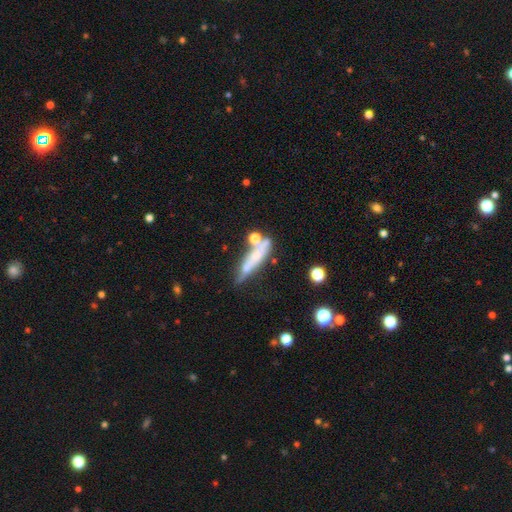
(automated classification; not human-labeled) A smooth galaxy with no disk features (48%).

Vote fractions:
- Smooth or featured? smooth: 48% / featured or disk: 42% / star or artifact: 10%
- Merging? none: 41% / minor disturbance: 23% / merger: 23% / major disturbance: 13%